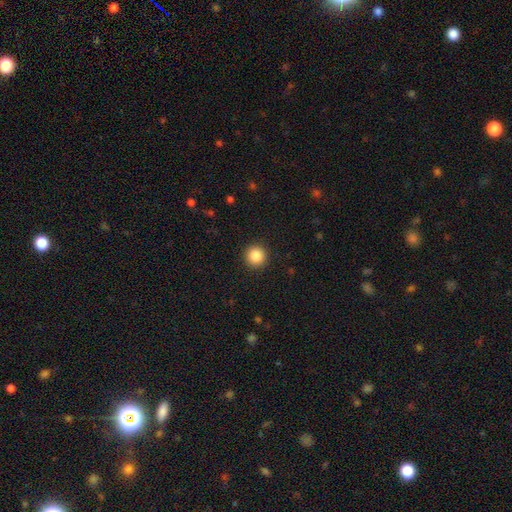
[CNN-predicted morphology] smooth 87%, star or artifact 9%, featured or disk 4%. Down the decision tree: how rounded — round (95%); merging — none (92%).